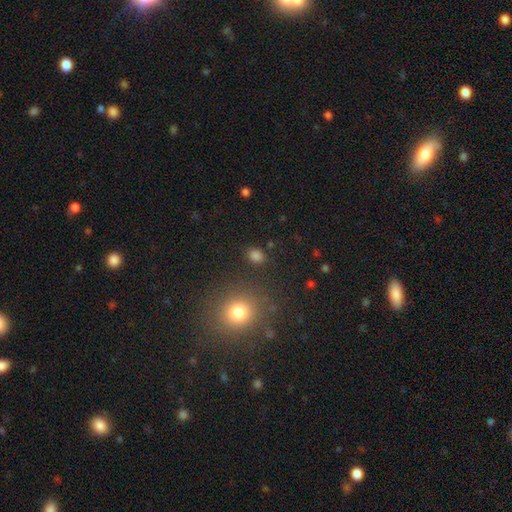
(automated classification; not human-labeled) A smooth galaxy with no disk features (80%) that is round (52%).

Vote fractions:
- Smooth or featured? smooth: 80% / star or artifact: 16% / featured or disk: 4%
- How rounded? round: 52% / in between: 46% / cigar-shaped: 1%
- Merging? none: 85% / minor disturbance: 8% / major disturbance: 3% / merger: 3%